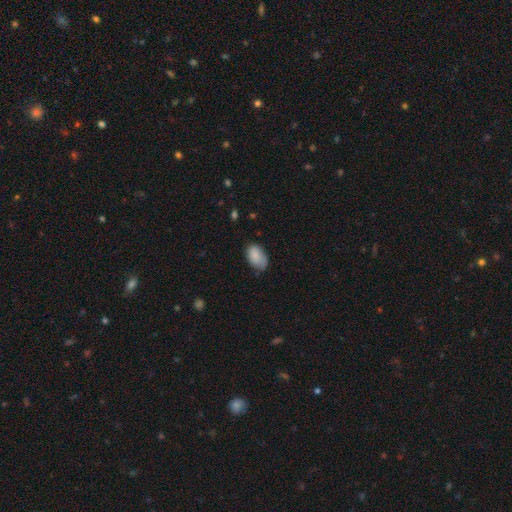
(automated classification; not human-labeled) Overall: smooth (85%). How rounded: in between (92%). Merging: none (59%; minor disturbance 32%).